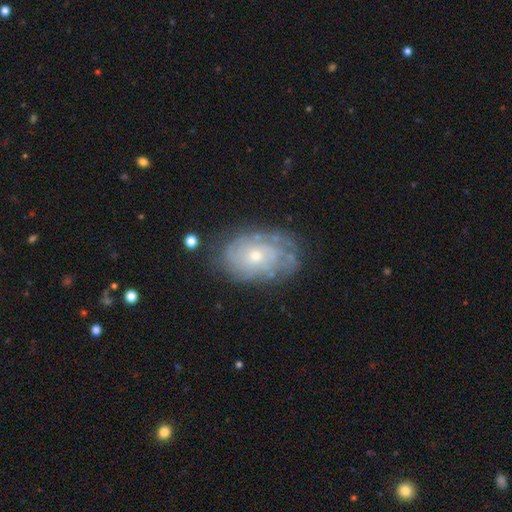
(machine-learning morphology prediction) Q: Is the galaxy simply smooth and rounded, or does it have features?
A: featured or disk — 74%.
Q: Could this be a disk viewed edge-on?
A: no — 96%.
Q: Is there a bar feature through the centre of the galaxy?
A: no — 85%.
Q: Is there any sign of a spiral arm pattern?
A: yes — 82%.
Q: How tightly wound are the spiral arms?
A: tight — 74%.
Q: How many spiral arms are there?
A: can't tell — 58%.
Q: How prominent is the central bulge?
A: small — 68%.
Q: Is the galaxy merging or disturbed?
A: none — 69%.